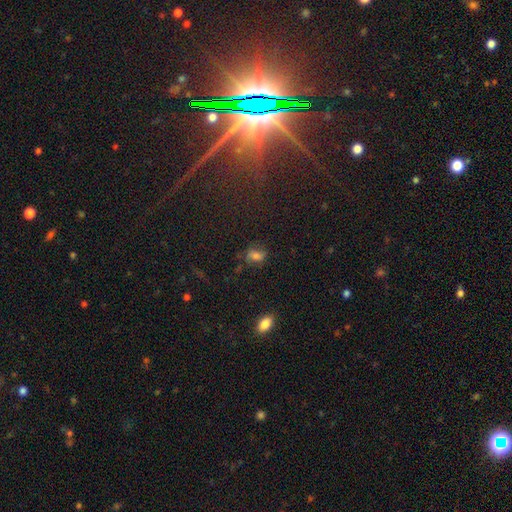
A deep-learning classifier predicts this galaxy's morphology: A smooth galaxy with no disk features (65%) that is in between round and cigar-shaped (72%). Merging: none (62%).